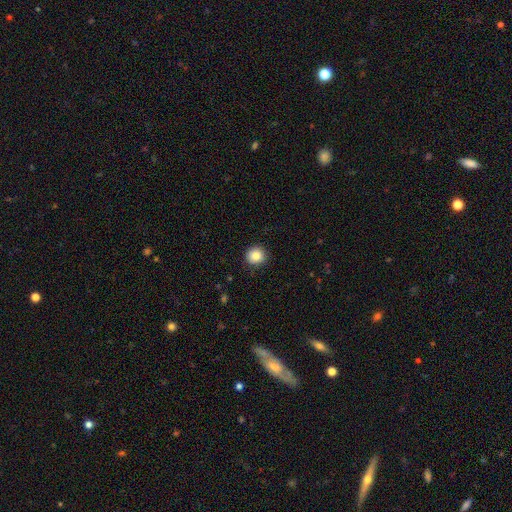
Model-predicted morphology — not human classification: type=smooth (85%); roundness=round (90%); merging=none (89%).